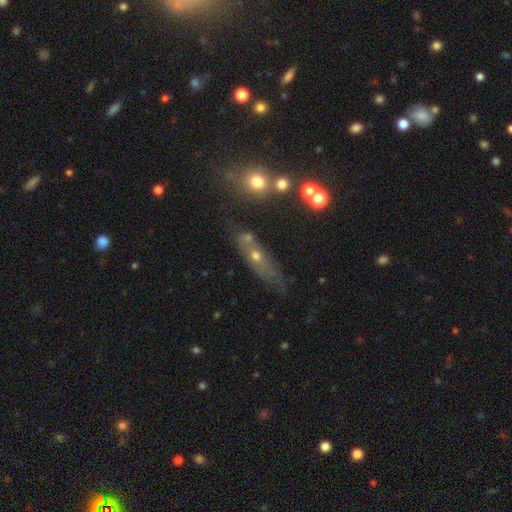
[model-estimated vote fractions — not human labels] This appears to be a smooth galaxy with no disk features (43%). Merging: none (57%).